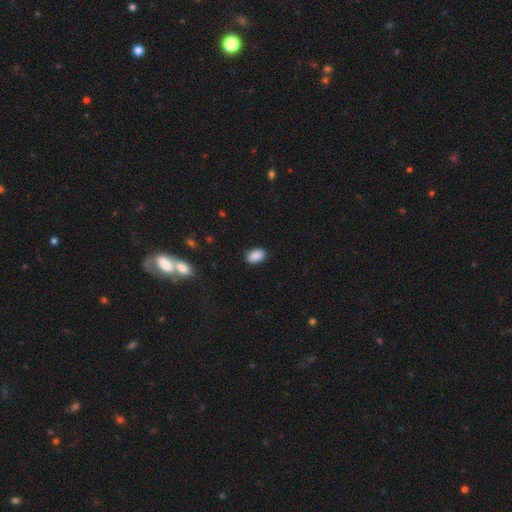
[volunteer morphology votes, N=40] This appears to be a smooth galaxy with no disk features (92%) that is in between round and cigar-shaped (76%). Merging: none (86%).